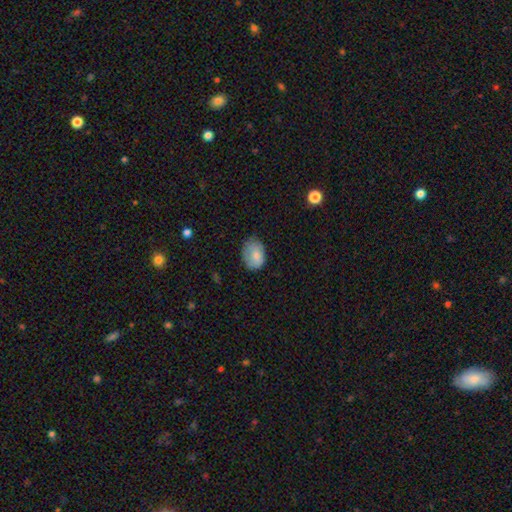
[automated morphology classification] Smooth or featured?
  - smooth: 77% *
  - featured or disk: 15%
  - star or artifact: 7%
How rounded?
  - in between: 73% *
  - round: 26%
  - cigar-shaped: 1%
Merging?
  - none: 57% *
  - minor disturbance: 33%
  - major disturbance: 9%
  - merger: 1%